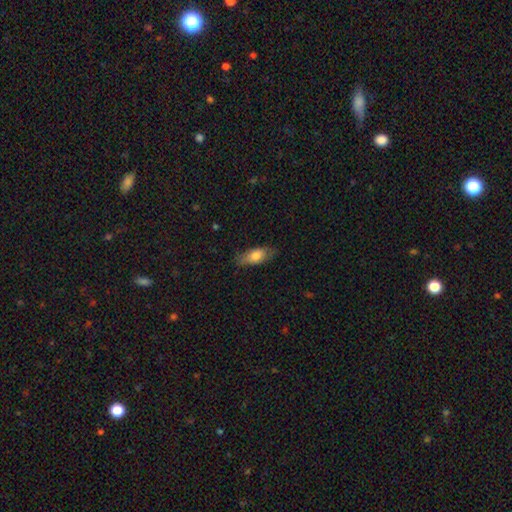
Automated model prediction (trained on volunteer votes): Overall: smooth (74%). How rounded: in between (80%). Merging: none (72%).